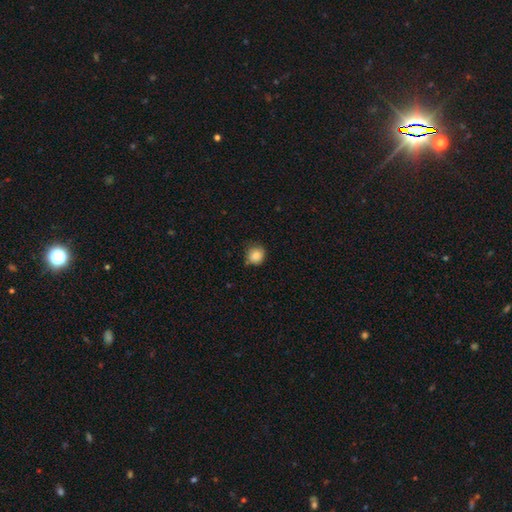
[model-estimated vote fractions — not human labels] Smooth or featured? smooth (86%)
How rounded? round (88%)
Merging? none (73%)